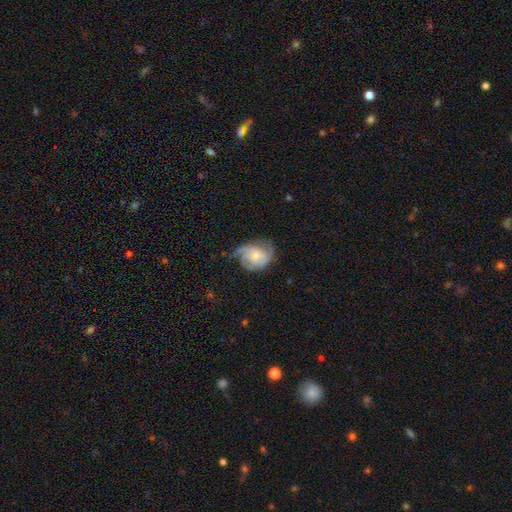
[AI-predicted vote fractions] A featured or disk galaxy (68%) with no bar (75%), 2 (39%) medium (40%) spiral arms (88%) and a small central bulge (58%).

Vote fractions:
- Smooth or featured? featured or disk: 68% / smooth: 26% / star or artifact: 6%
- Edge-on disk? no: 97% / yes: 3%
- Bar? no: 75% / weak: 21% / strong: 4%
- Spiral arms? yes: 88% / no: 12%
- Spiral winding? medium: 40% / tight: 35% / loose: 24%
- Spiral arm count? 2: 39% / can't tell: 22% / 3: 22% / 1: 9% / 4: 5% / more than 4: 3%
- Bulge size? small: 58% / moderate: 36% / large: 3% / none: 2% / dominant: 1%
- Merging? none: 49% / minor disturbance: 29% / major disturbance: 20% / merger: 2%